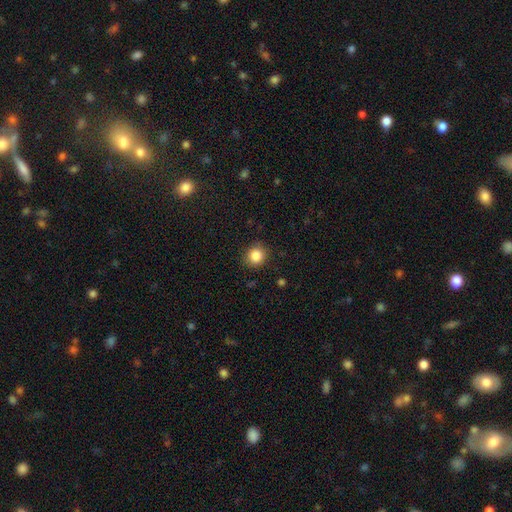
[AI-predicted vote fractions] Morphology: type=smooth (86%); roundness=round (87%); merging=none (86%).